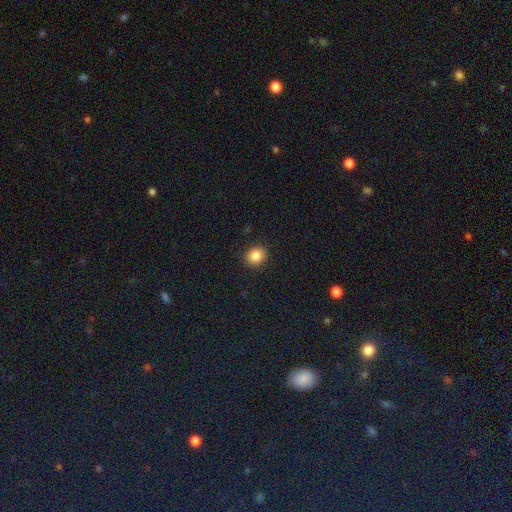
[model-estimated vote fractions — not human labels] Smooth or featured?
  - smooth: 85% *
  - star or artifact: 10%
  - featured or disk: 5%
How rounded?
  - round: 75% *
  - in between: 24%
  - cigar-shaped: 1%
Merging?
  - none: 91% *
  - minor disturbance: 6%
  - major disturbance: 2%
  - merger: 1%